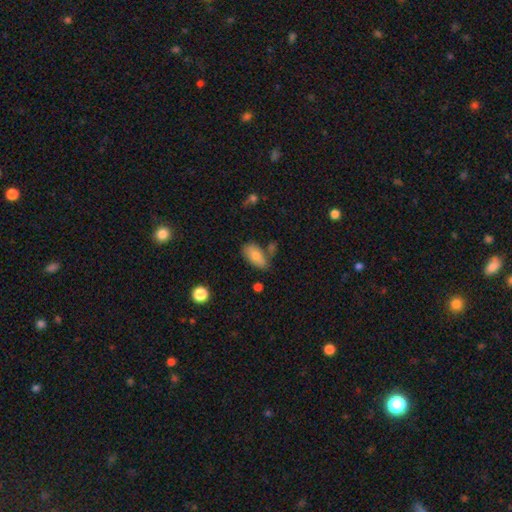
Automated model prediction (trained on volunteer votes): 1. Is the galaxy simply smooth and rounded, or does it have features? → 77% smooth, 15% featured or disk, 8% star or artifact.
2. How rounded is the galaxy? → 91% in between, 5% cigar-shaped, 4% round.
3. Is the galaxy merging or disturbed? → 64% none, 20% minor disturbance, 12% merger, 5% major disturbance.